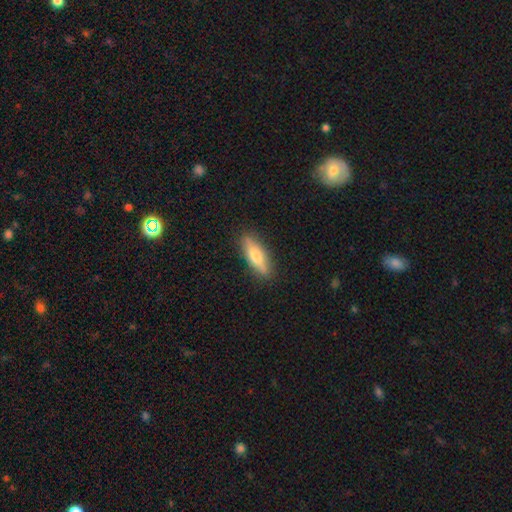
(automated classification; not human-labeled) This appears to be a smooth galaxy with no disk features (58%) that is cigar-shaped (61%). Merging: none (88%).